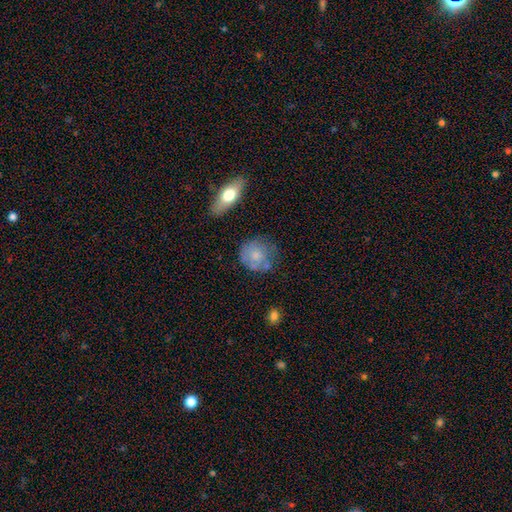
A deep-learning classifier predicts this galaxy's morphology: A smooth galaxy with no disk features (69%) that is round (83%). Merging: none (57%).